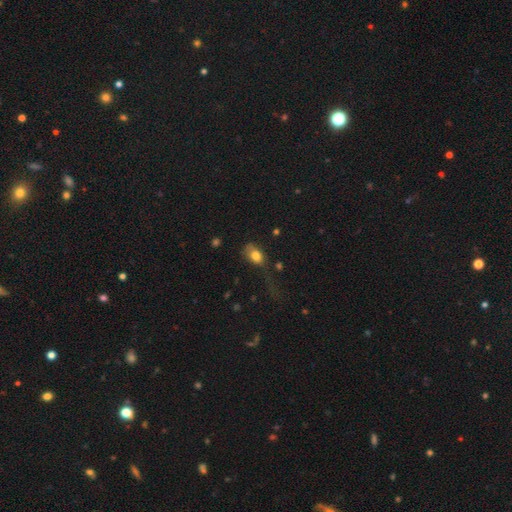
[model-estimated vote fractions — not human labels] Q: Smooth or featured?
A: smooth (78%); runner-up: featured or disk (13%)
Q: How rounded?
A: in between (79%); runner-up: round (19%)
Q: Merging?
A: major disturbance (41%); runner-up: none (29%)